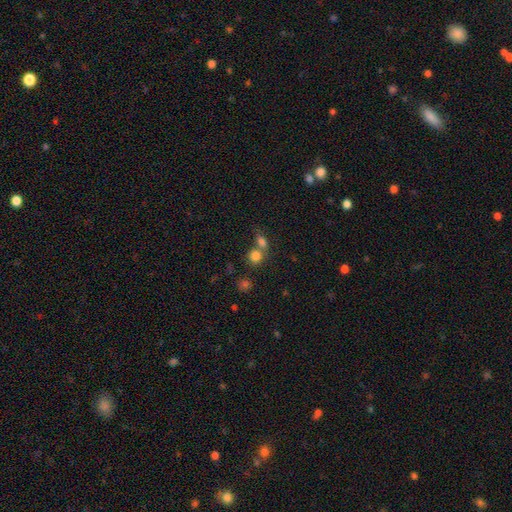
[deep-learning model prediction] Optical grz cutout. It shows a smooth galaxy with no disk features (80%) that is round (74%). Merging: merger (46%).